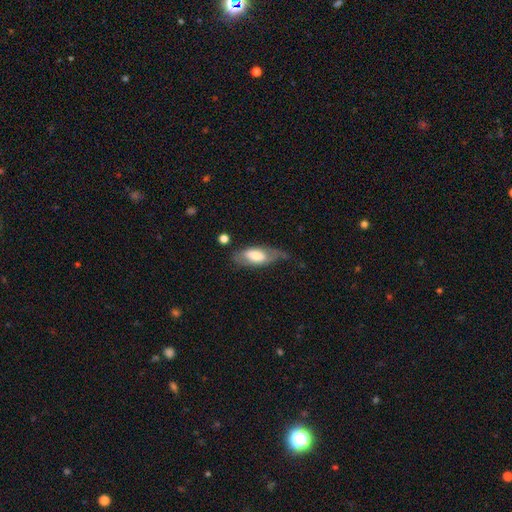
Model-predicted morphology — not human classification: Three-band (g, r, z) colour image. It shows a smooth galaxy with no disk features (60%) that is in between round and cigar-shaped (82%). Merging: none (49%).